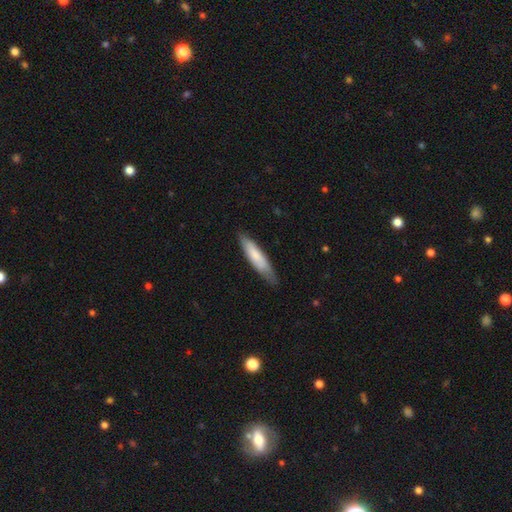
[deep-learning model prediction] A smooth galaxy with no disk features (75%) that is cigar-shaped (78%). Merging: none (77%).